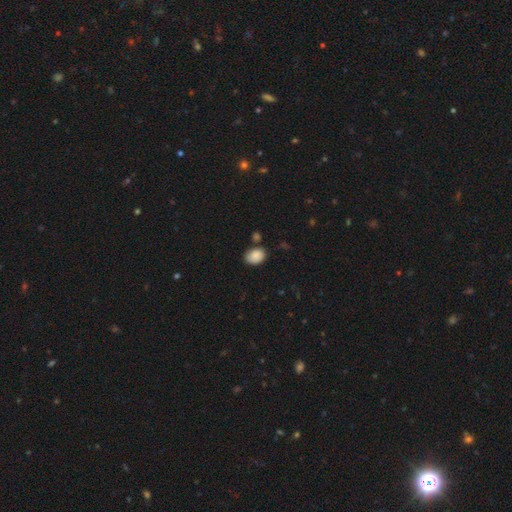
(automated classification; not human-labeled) Morphology: type=smooth (88%); roundness=in between (76%); merging=none (68%).